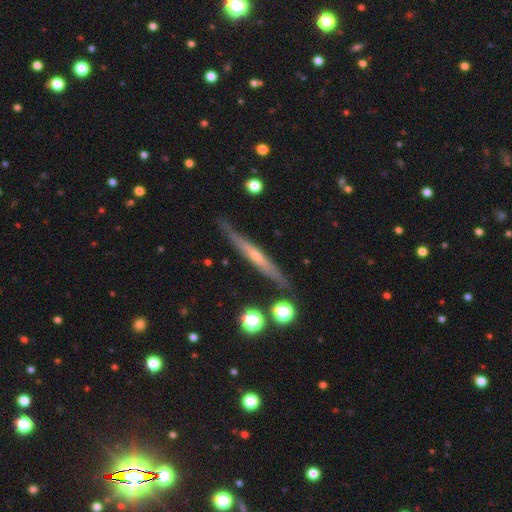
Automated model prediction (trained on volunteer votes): smooth-or-featured: featured or disk: 66% | smooth: 27% | star or artifact: 7%
  disk-edge-on: yes: 94% | no: 6%
    edge-on-bulge: none: 48% | rounded: 47% | boxy: 5%
  merging: none: 83% | minor disturbance: 12% | merger: 2% | major disturbance: 2%